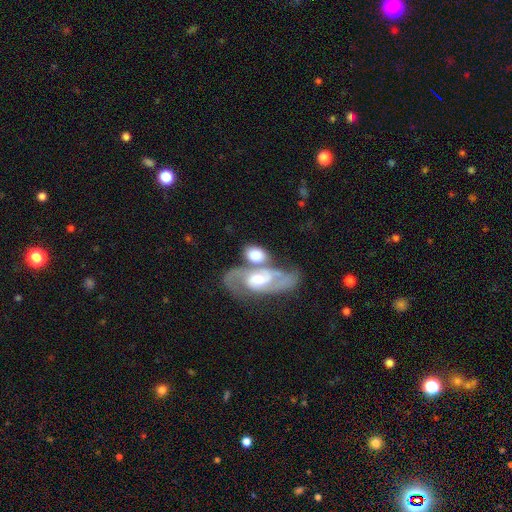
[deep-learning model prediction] This appears to be a featured or disk galaxy (50%). Merging: merger (55%).